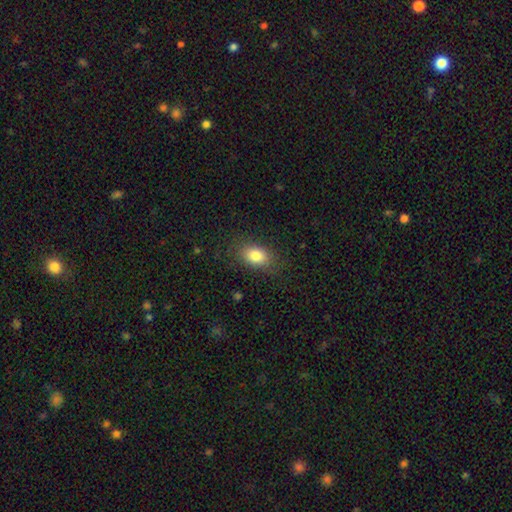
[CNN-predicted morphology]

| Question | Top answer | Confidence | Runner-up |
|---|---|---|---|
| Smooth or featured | smooth | 82% | featured or disk (9%) |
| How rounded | in between | 84% | round (14%) |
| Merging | none | 82% | minor disturbance (12%) |